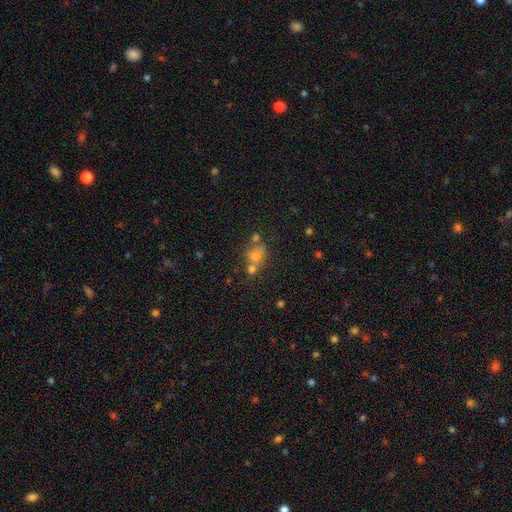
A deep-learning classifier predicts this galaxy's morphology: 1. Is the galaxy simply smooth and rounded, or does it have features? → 62% smooth, 19% featured or disk, 18% star or artifact.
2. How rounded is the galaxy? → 67% round, 32% in between, 2% cigar-shaped.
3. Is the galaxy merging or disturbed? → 42% none, 40% merger, 12% minor disturbance, 6% major disturbance.